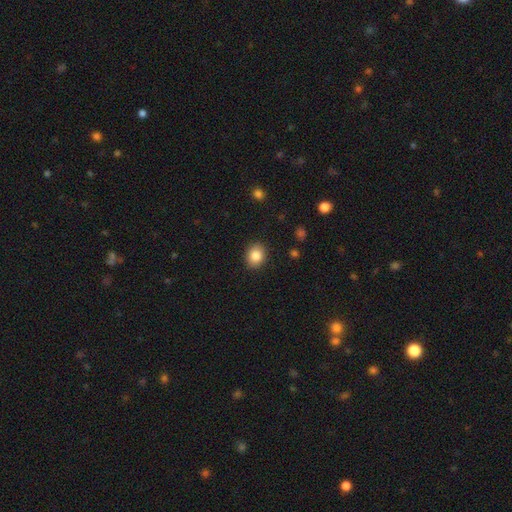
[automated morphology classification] A smooth galaxy with no disk features (84%) that is round (58%).

Vote fractions:
- Smooth or featured? smooth: 84% / star or artifact: 9% / featured or disk: 7%
- How rounded? round: 58% / in between: 41% / cigar-shaped: 1%
- Merging? none: 90% / minor disturbance: 7% / major disturbance: 2% / merger: 1%